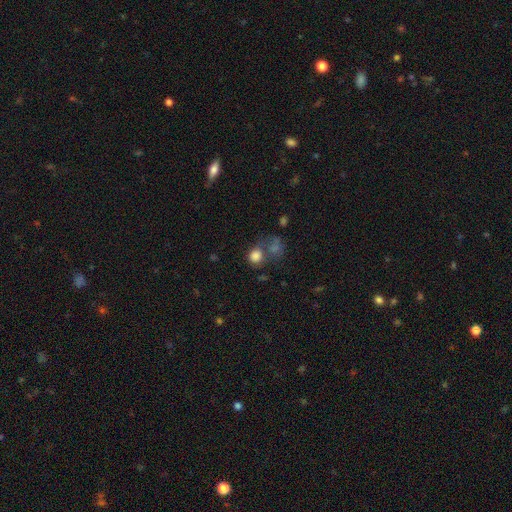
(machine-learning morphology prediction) Smooth or featured? smooth (80%)
How rounded? round (73%)
Merging? none (44%)